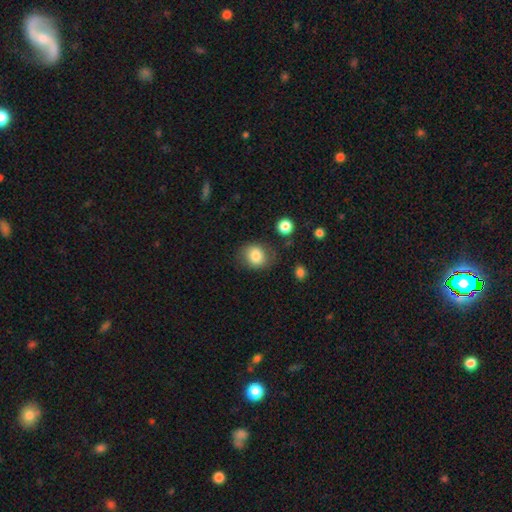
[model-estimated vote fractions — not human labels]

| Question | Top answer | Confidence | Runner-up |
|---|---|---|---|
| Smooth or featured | smooth | 83% | star or artifact (9%) |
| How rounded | round | 64% | in between (35%) |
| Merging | none | 76% | minor disturbance (16%) |